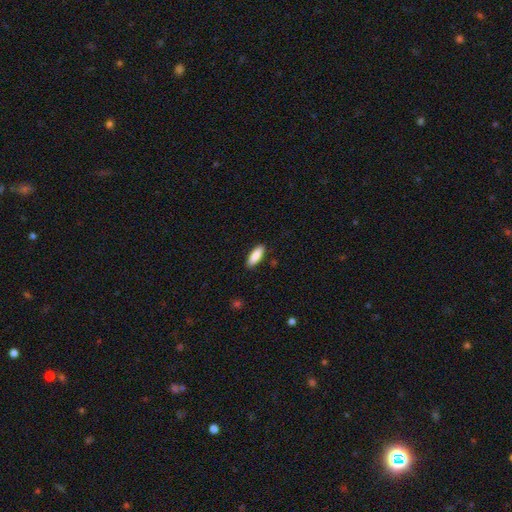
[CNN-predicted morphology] This appears to be a smooth galaxy with no disk features (89%) that is in between round and cigar-shaped (62%). Merging: none (88%).